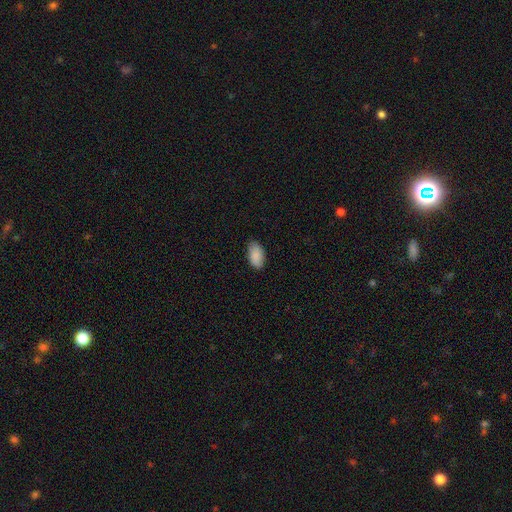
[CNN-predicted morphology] Overall: smooth (89%). How rounded: in between (95%). Merging: none (83%).